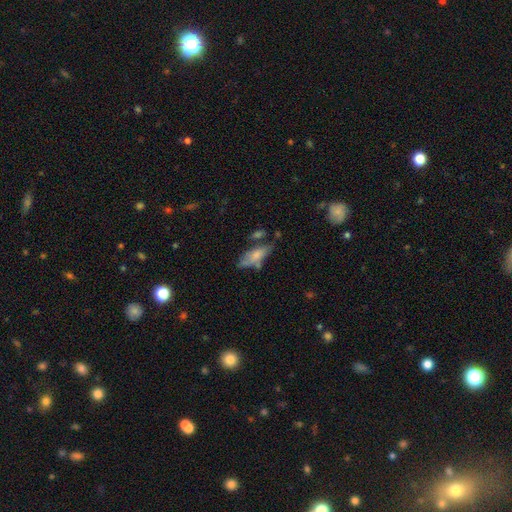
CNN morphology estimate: A smooth galaxy with no disk features (63%) that is in between round and cigar-shaped (67%). Merging: none (40%).